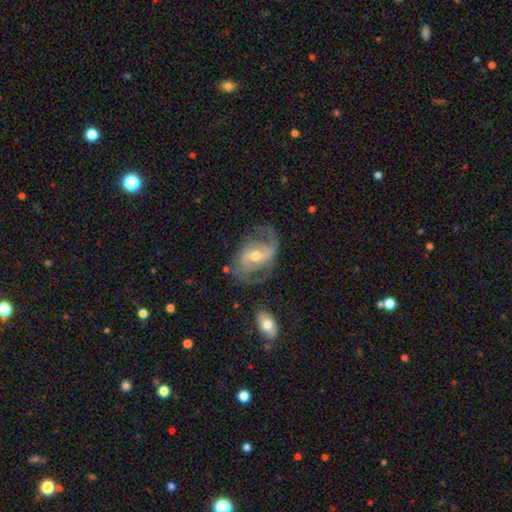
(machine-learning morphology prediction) Overall: featured or disk (85%). Edge-on disk: no (96%). Bar: weak (45%; strong 34%). Spiral arms: yes (93%). Spiral arm count: 2 (77%). Spiral winding: loose (45%; medium 41%). Bulge size: moderate (59%; small 37%). Merging: none (58%; minor disturbance 22%).